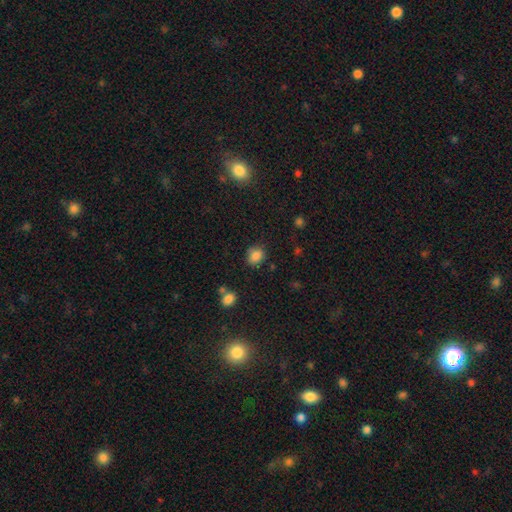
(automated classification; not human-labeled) smooth_or_featured: smooth (p=0.84) [alt: star or artifact p=0.11]
how_rounded: round (p=0.68) [alt: in between p=0.31]
merging: none (p=0.78) [alt: minor disturbance p=0.15]